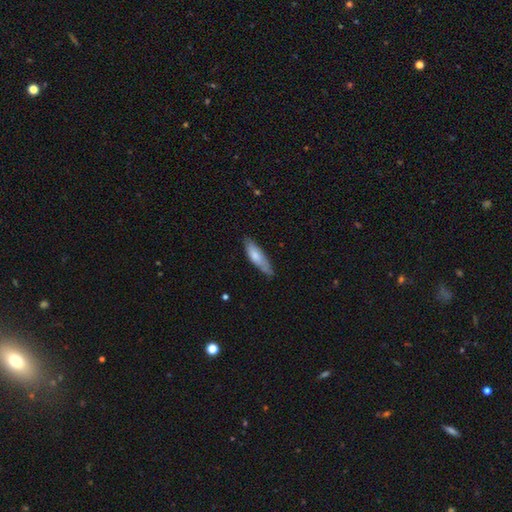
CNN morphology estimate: smooth-or-featured: smooth: 72% | featured or disk: 22% | star or artifact: 6%
  how-rounded: cigar-shaped: 57% | in between: 41% | round: 1%
  merging: none: 69% | minor disturbance: 26% | major disturbance: 4% | merger: 2%